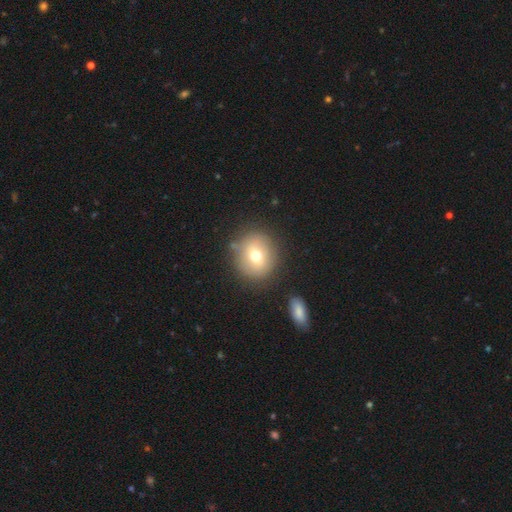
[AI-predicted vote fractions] Overall: smooth (67%). How rounded: round (86%). Merging: none (81%).